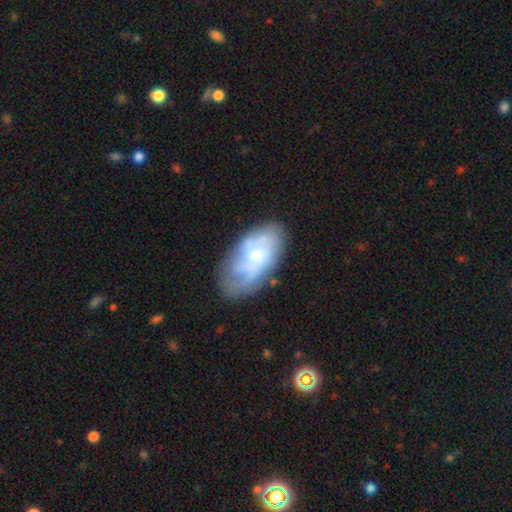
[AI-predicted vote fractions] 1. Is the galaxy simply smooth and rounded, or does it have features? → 63% featured or disk, 30% smooth, 7% star or artifact.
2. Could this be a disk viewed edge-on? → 94% no, 6% yes.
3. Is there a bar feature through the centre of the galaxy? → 71% no, 25% weak, 4% strong.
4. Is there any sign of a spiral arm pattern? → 75% yes, 25% no.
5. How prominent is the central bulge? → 59% small, 34% moderate, 4% none, 2% large, 1% dominant.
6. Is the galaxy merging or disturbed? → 64% none, 23% minor disturbance, 11% major disturbance, 3% merger.